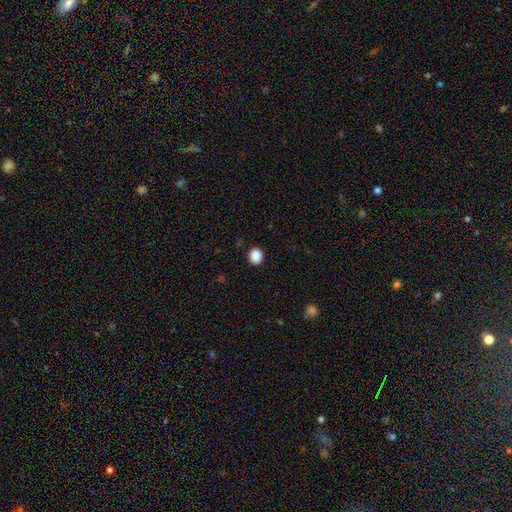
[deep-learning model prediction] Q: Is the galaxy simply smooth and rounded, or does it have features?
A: smooth — 88%.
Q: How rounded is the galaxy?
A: round — 69%.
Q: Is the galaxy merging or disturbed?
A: none — 90%.